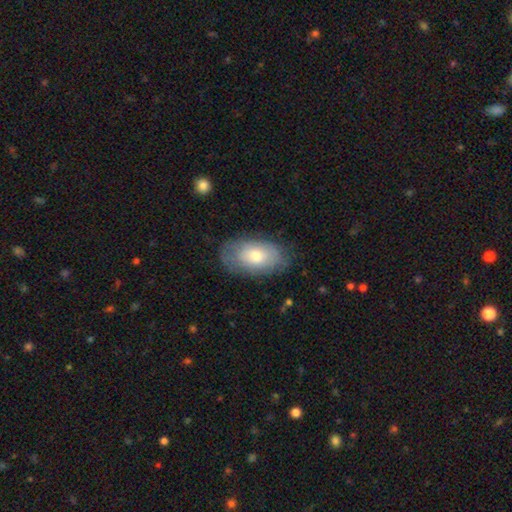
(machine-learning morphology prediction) type=smooth (66%); roundness=in between (93%); merging=none (75%).